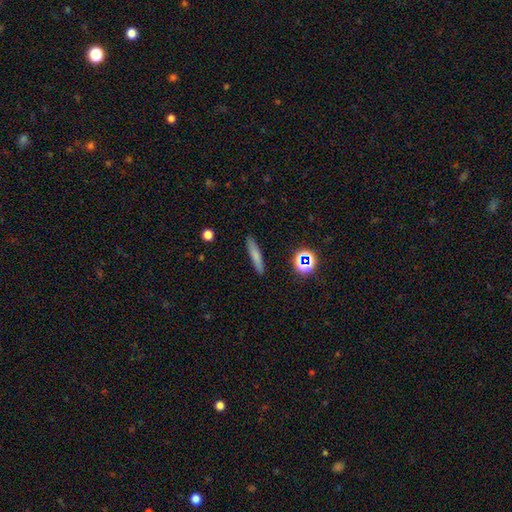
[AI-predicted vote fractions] A smooth galaxy with no disk features (72%) that is cigar-shaped (88%). Merging: none (89%).